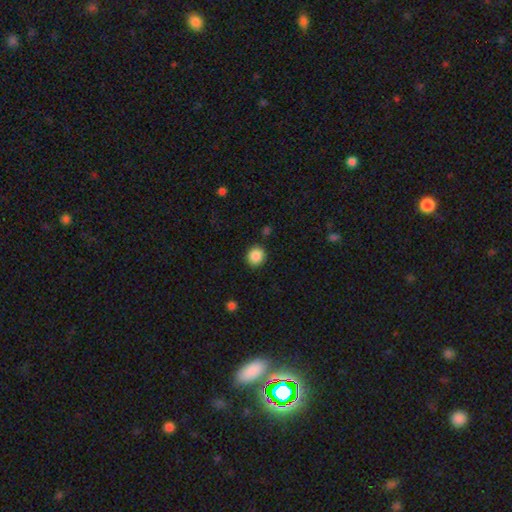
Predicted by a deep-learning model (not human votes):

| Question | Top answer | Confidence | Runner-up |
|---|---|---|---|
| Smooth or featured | smooth | 88% | star or artifact (9%) |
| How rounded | round | 85% | in between (14%) |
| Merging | none | 88% | minor disturbance (8%) |